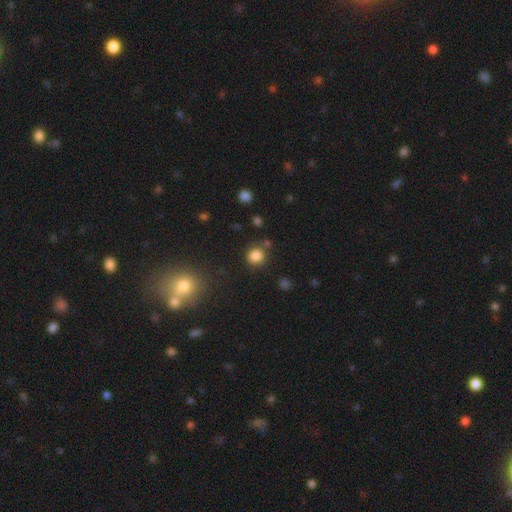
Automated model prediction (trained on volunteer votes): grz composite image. It shows a smooth galaxy with no disk features (82%) that is round (90%). Merging: none (80%).